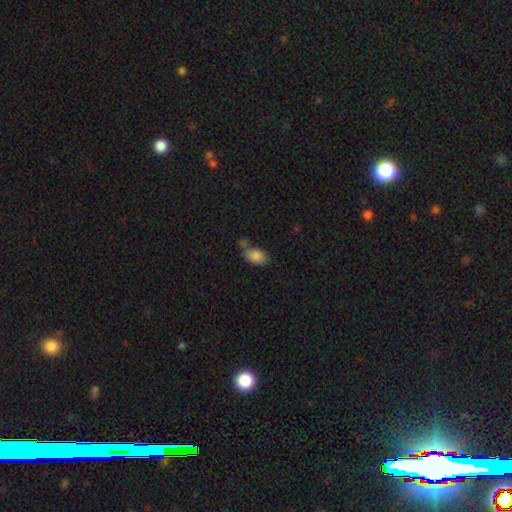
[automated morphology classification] smooth-or-featured: smooth: 85% | star or artifact: 8% | featured or disk: 7%
  how-rounded: in between: 89% | round: 9% | cigar-shaped: 2%
  merging: none: 53% | merger: 23% | minor disturbance: 18% | major disturbance: 6%